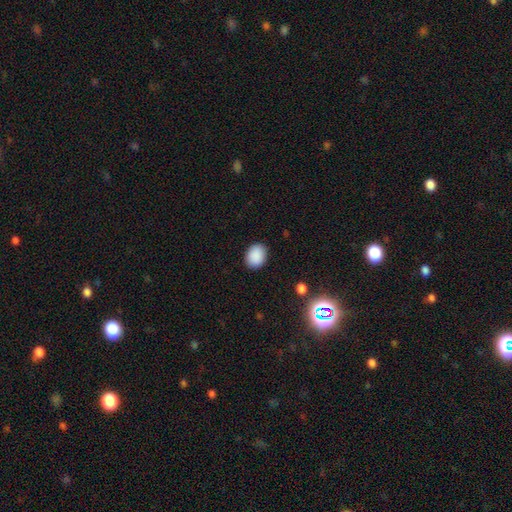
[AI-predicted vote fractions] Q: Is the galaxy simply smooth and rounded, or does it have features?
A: smooth — 89%.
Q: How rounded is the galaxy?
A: in between — 64%.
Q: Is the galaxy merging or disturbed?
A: none — 88%.